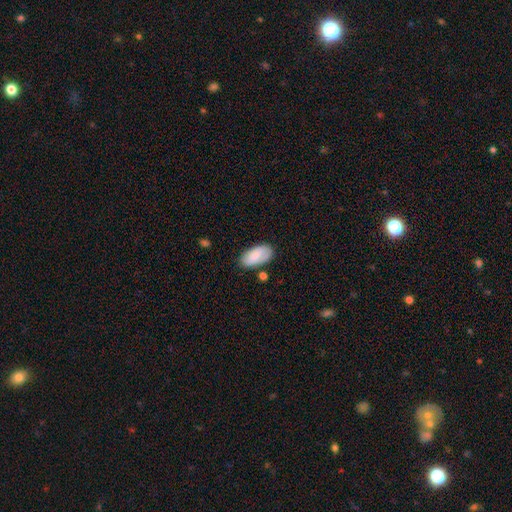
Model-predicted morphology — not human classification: type=smooth (81%); roundness=in between (94%); merging=none (76%).